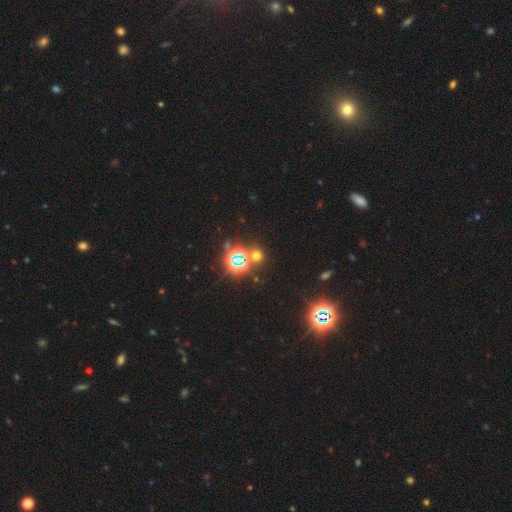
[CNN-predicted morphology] smooth-or-featured: star or artifact: 54% | smooth: 39% | featured or disk: 7%